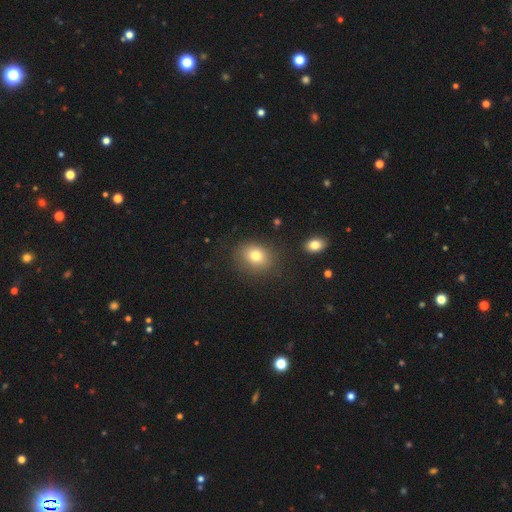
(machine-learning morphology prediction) Smooth or featured? Predicted: smooth (p=0.77). How rounded? Predicted: round (p=0.56). Merging? Predicted: none (p=0.81).